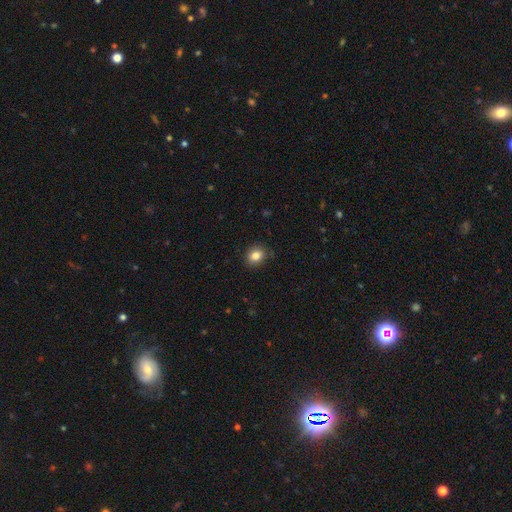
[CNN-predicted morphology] This is clearly a smooth galaxy (84%). How rounded: likely round (62%). Merging: clearly none (85%).